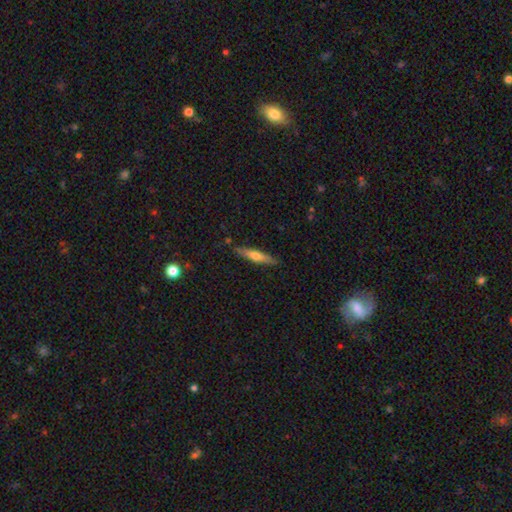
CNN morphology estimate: smooth_or_featured: smooth (p=0.49) [alt: featured or disk p=0.45]
merging: none (p=0.85) [alt: minor disturbance p=0.11]